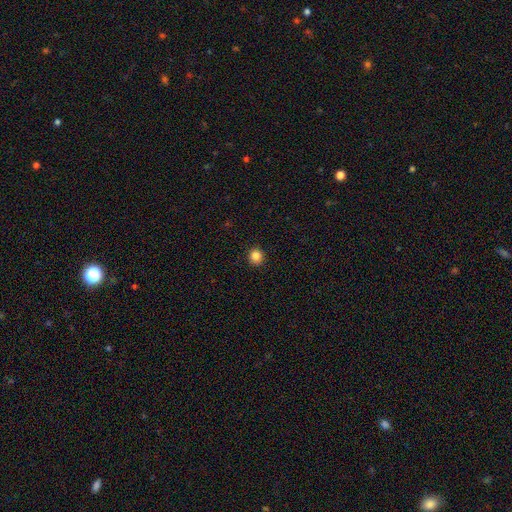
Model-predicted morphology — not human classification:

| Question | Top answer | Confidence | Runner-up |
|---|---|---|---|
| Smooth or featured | smooth | 85% | star or artifact (11%) |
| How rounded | round | 90% | in between (9%) |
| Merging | none | 92% | minor disturbance (5%) |